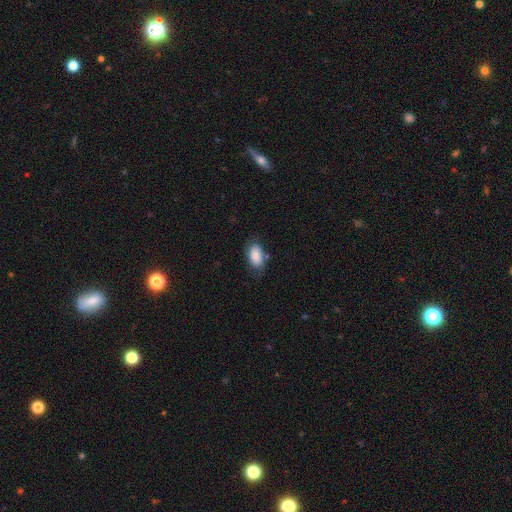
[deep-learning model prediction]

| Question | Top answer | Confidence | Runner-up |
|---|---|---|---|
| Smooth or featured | smooth | 84% | featured or disk (9%) |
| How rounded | in between | 92% | round (5%) |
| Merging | none | 63% | minor disturbance (26%) |